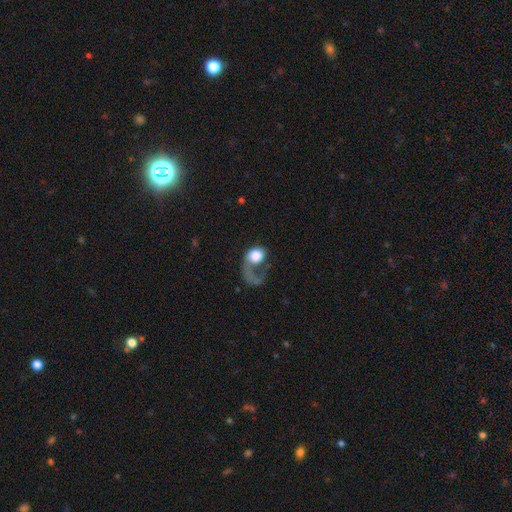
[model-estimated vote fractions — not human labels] Smooth or featured: smooth — 54% (featured or disk — 38%)
How rounded: round — 64% (in between — 35%)
Merging: major disturbance — 64% (none — 18%)